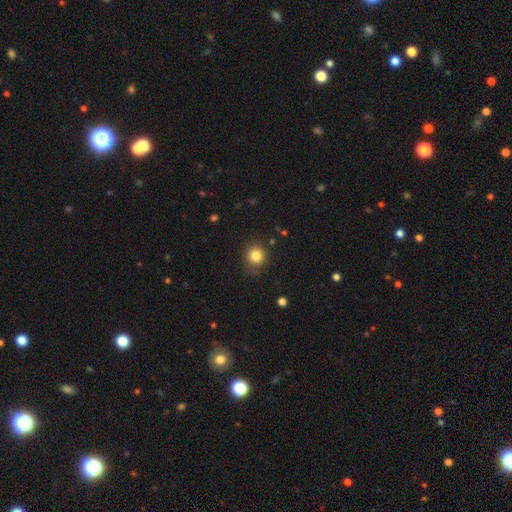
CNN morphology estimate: Smooth or featured? Predicted: smooth (p=0.83). How rounded? Predicted: round (p=0.84). Merging? Predicted: none (p=0.81).